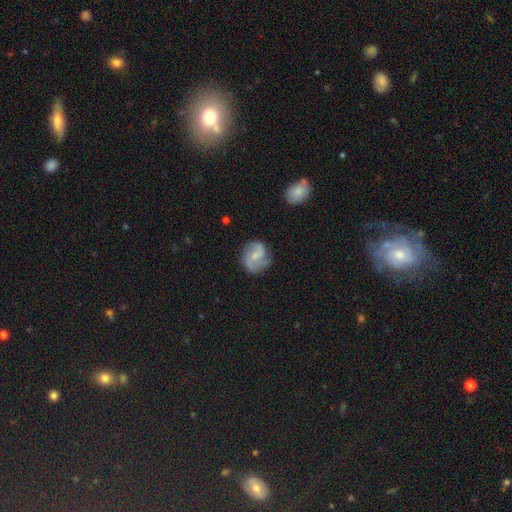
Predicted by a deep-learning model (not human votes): The model was most divided on "bar": weak: 45%, no: 44%, strong: 11%. Remaining: edge-on disk — no (97%); spiral arms — yes (93%); spiral arm count — 2 (78%); merging — none (71%); smooth or featured — featured or disk (69%); bulge size — small (52%); spiral winding — loose (44%).